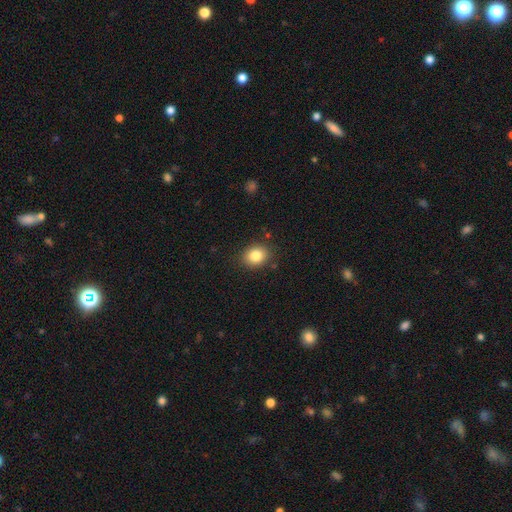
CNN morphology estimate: The model was most divided on "how rounded": round: 57%, in between: 42%, cigar-shaped: 1%. More confident: merging — none (87%); smooth or featured — smooth (84%).